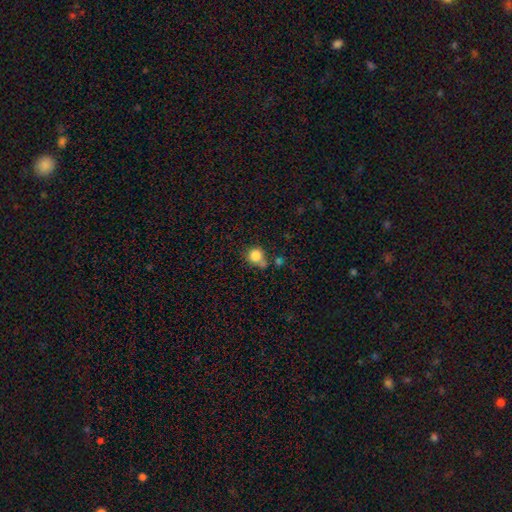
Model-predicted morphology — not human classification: Smooth or featured: smooth — 83% (star or artifact — 11%)
How rounded: round — 88% (in between — 11%)
Merging: none — 56% (merger — 19%)